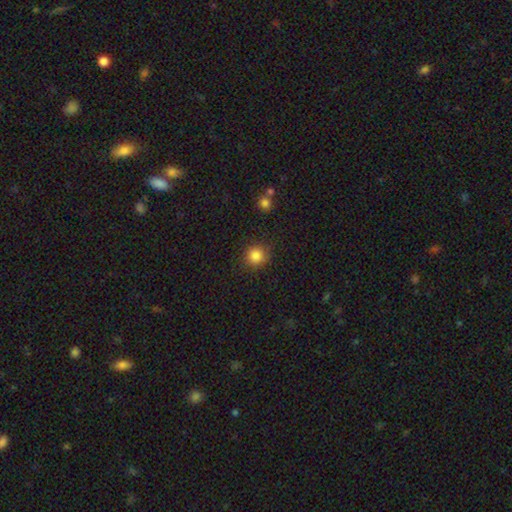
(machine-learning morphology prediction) type=smooth (84%); roundness=round (91%); merging=none (85%).